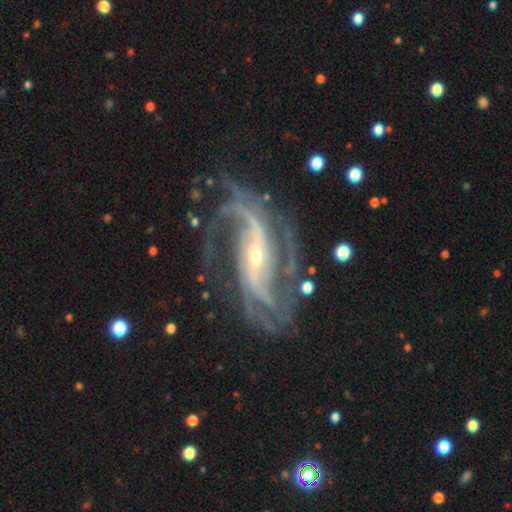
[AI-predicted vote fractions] smooth_or_featured: featured or disk (p=0.92) [alt: star or artifact p=0.05]
disk_edge_on: no (p=0.97) [alt: yes p=0.03]
bar: no (p=0.37) [alt: strong p=0.34]
has_spiral_arms: yes (p=0.98) [alt: no p=0.02]
spiral_winding: medium (p=0.50) [alt: tight p=0.26]
spiral_arm_count: 2 (p=0.44) [alt: 3 p=0.19]
bulge_size: small (p=0.73) [alt: moderate p=0.23]
merging: none (p=0.68) [alt: minor disturbance p=0.17]